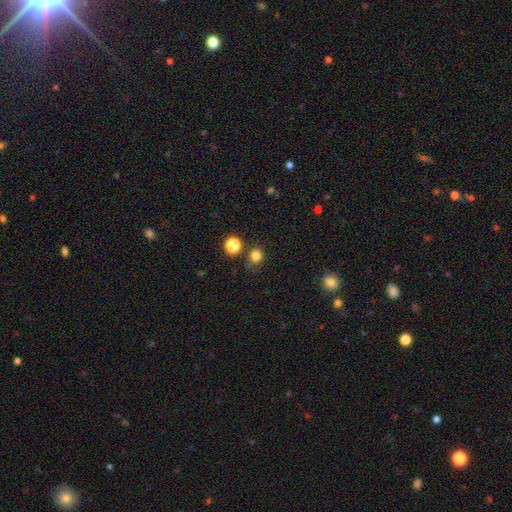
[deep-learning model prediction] Morphology: type=smooth (80%); roundness=round (85%); merging=none (77%).